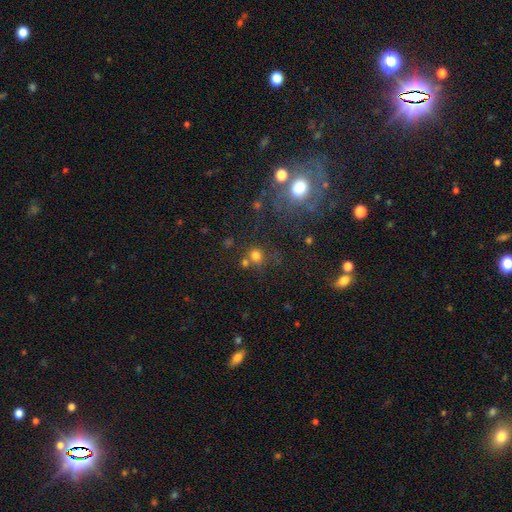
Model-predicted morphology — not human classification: The model was most divided on "merging": none: 65%, merger: 18%, minor disturbance: 11%, major disturbance: 6%. More confident: how rounded — round (88%); smooth or featured — smooth (74%).